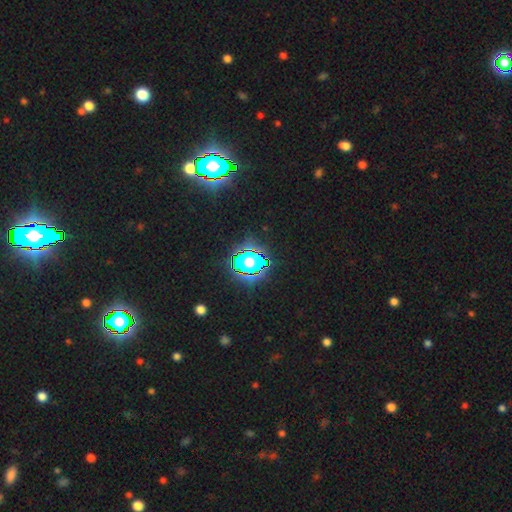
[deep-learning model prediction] This appears to be a star or artifact, not a galaxy (67%).